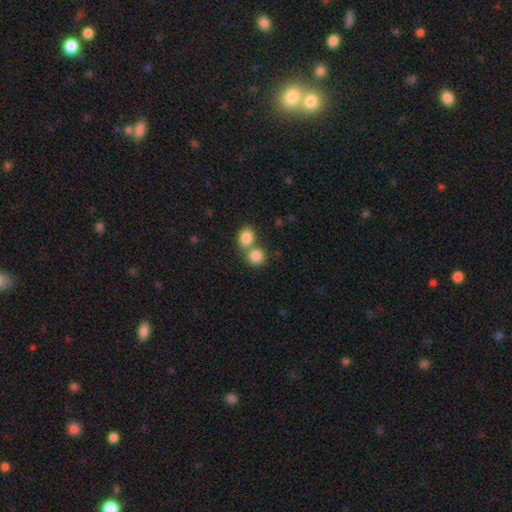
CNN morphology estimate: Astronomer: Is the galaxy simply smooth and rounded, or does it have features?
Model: smooth — 84%.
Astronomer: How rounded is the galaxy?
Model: round — 79%.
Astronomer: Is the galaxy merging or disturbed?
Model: merger — 47% (runner-up: none, 44%).